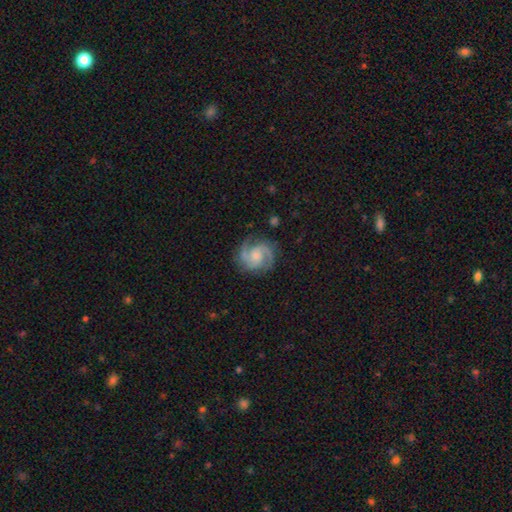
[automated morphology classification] This is clearly a featured or disk galaxy (87%). It is clearly not viewed edge-on (98%). Bar: likely no (61%). Spiral arm pattern: clearly yes (98%). Spiral arm count: likely 2 (67%). Spiral winding: possibly medium (53%). Central bulge: marginally moderate (37%). Merging: likely none (77%).